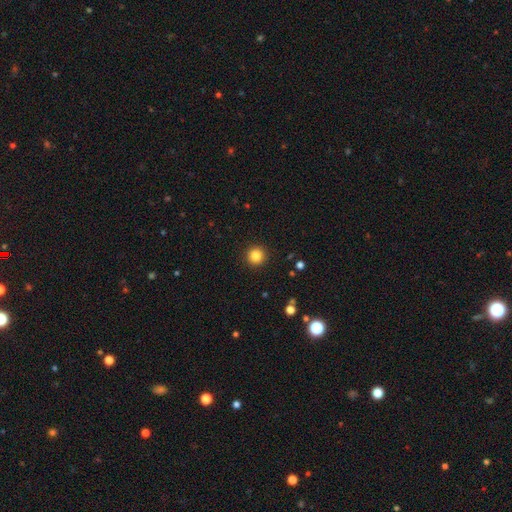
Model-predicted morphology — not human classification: Overall: smooth (85%). How rounded: round (95%). Merging: none (93%).